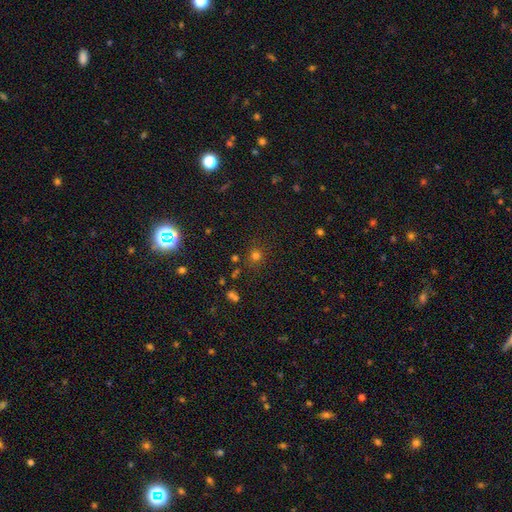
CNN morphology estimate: Smooth or featured: smooth — 68% (star or artifact — 26%)
How rounded: round — 90% (in between — 9%)
Merging: none — 82% (minor disturbance — 9%)